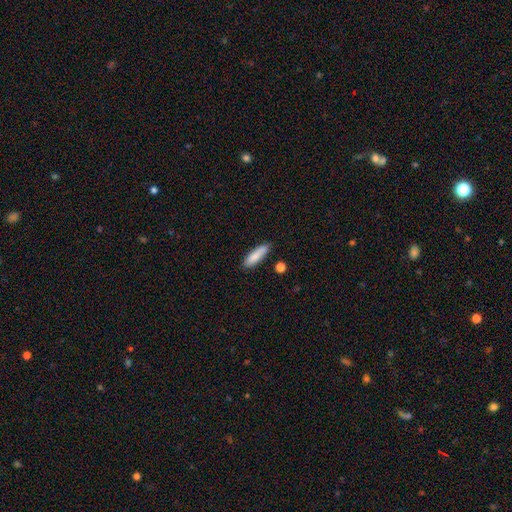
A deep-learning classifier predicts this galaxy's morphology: Smooth or featured? smooth (84%)
How rounded? cigar-shaped (65%)
Merging? none (81%)